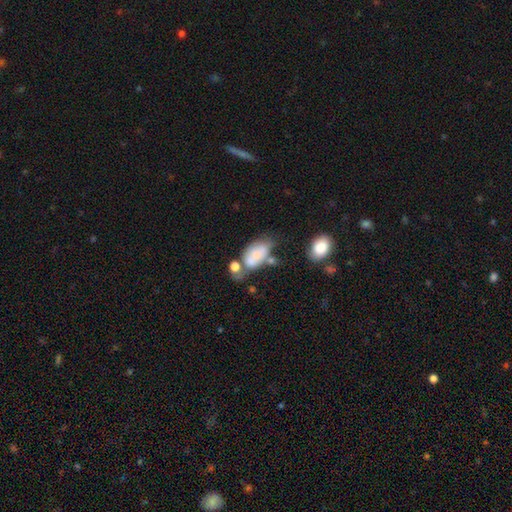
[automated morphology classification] This appears to be a smooth galaxy with no disk features (63%) that is in between round and cigar-shaped (91%). Merging: merger (33%).